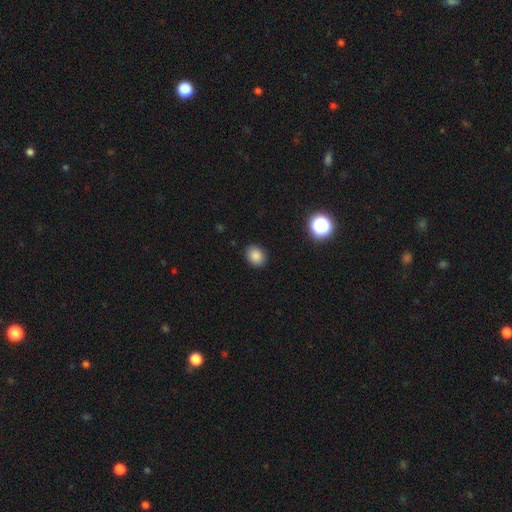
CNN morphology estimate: Overall: smooth (85%). How rounded: round (52%; in between 47%). Merging: none (90%).